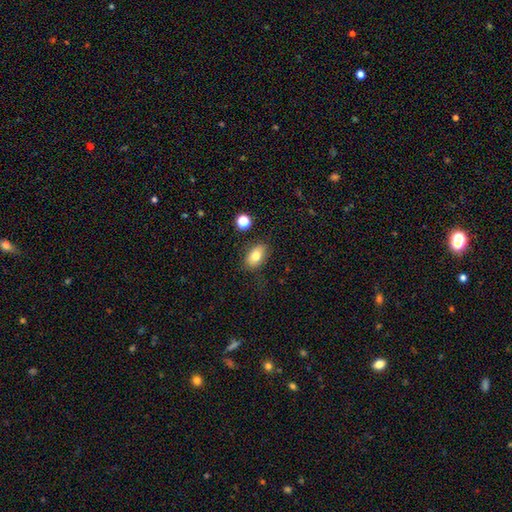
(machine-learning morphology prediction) The model was most divided on "merging": none: 80%, minor disturbance: 14%, major disturbance: 4%, merger: 3%. More confident: how rounded — in between (87%); smooth or featured — smooth (79%).